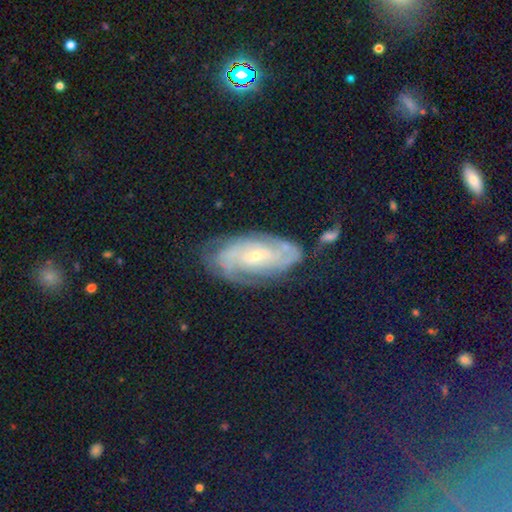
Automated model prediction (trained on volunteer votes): smooth-or-featured: featured or disk: 49% | star or artifact: 32% | smooth: 19%
  merging: none: 76% | minor disturbance: 16% | major disturbance: 6% | merger: 3%